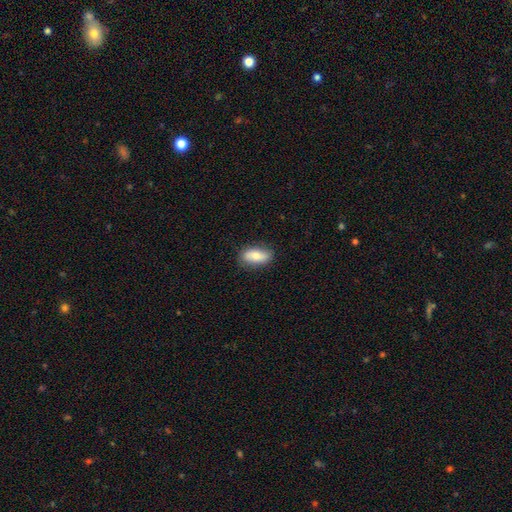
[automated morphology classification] Smooth or featured: smooth — 71% (featured or disk — 23%)
How rounded: in between — 86% (cigar-shaped — 10%)
Merging: none — 84% (minor disturbance — 12%)